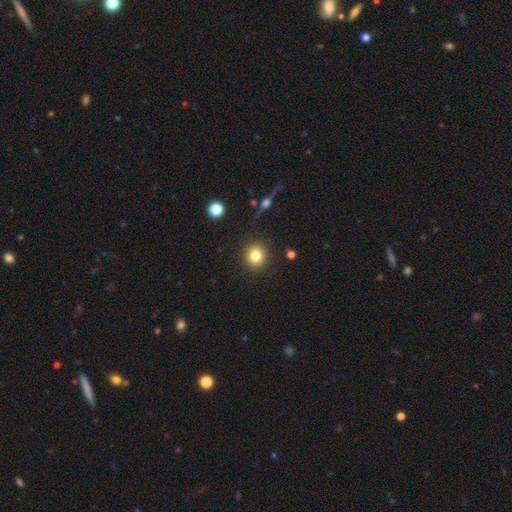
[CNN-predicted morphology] The model was most divided on "smooth or featured": smooth: 81%, star or artifact: 11%, featured or disk: 8%. More confident: how rounded — round (91%); merging — none (91%).